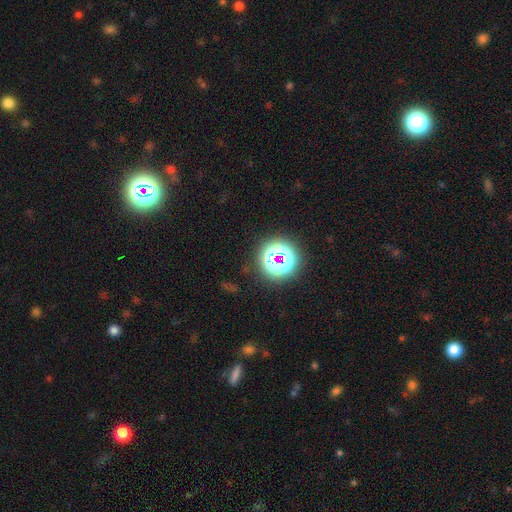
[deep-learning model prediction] Smooth or featured? star or artifact (80%)